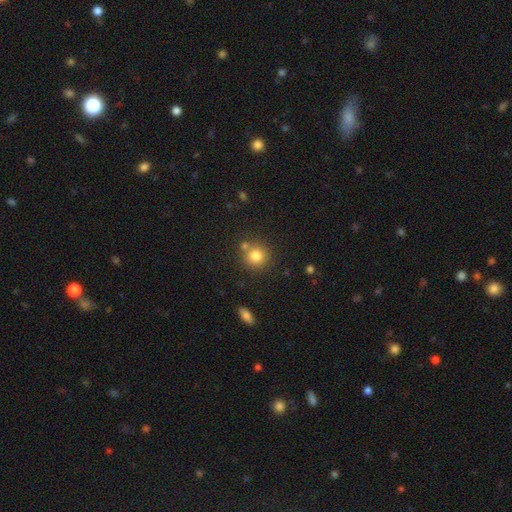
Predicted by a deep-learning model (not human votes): The model was most divided on "merging": none: 73%, merger: 15%, minor disturbance: 9%, major disturbance: 3%. More confident: how rounded — round (91%); smooth or featured — smooth (82%).